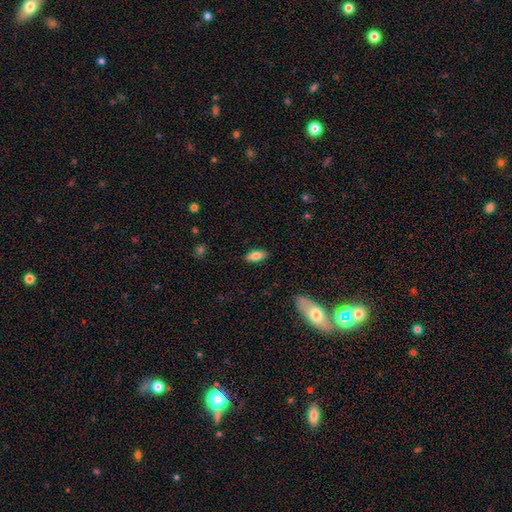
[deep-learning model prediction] Morphology: type=smooth (82%); roundness=in between (83%); merging=none (87%).